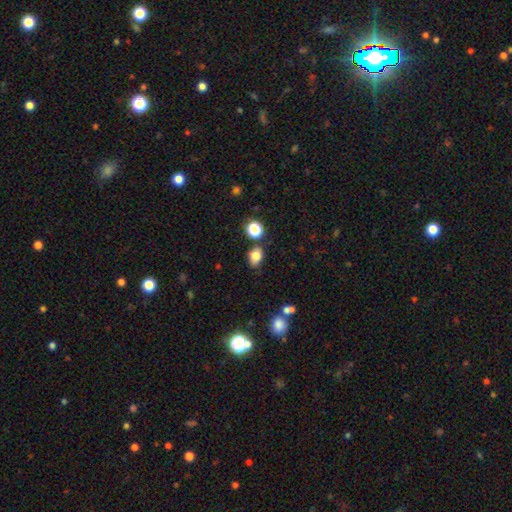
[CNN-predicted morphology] Q: Smooth or featured?
A: smooth (80%); runner-up: star or artifact (12%)
Q: How rounded?
A: in between (72%); runner-up: round (27%)
Q: Merging?
A: none (71%); runner-up: minor disturbance (17%)